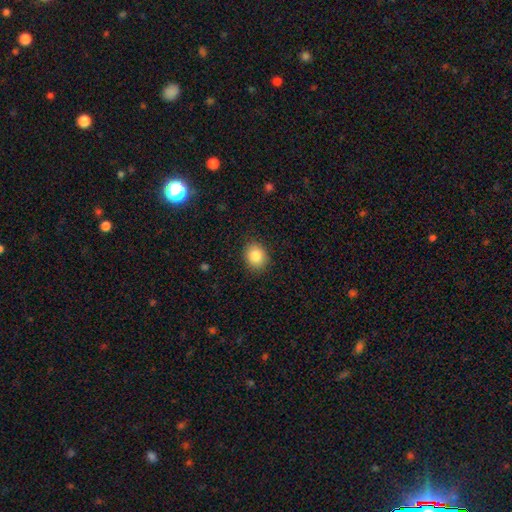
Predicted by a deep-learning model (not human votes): smooth_or_featured: smooth (p=0.84) [alt: star or artifact p=0.09]
how_rounded: round (p=0.58) [alt: in between p=0.41]
merging: none (p=0.88) [alt: minor disturbance p=0.09]